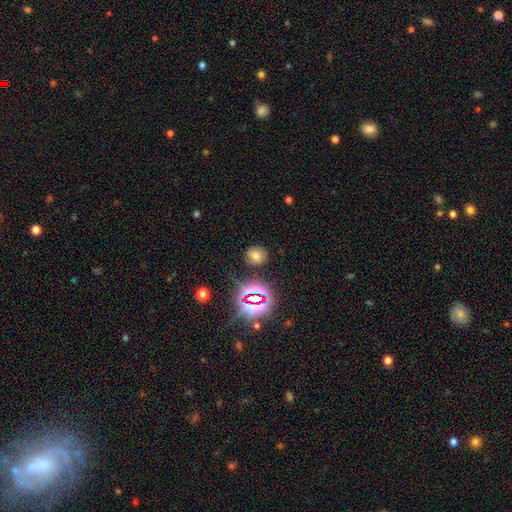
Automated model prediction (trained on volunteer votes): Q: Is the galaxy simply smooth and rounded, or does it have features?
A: smooth — 58%.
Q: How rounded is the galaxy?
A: round — 70%.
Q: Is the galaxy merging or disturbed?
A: none — 83%.